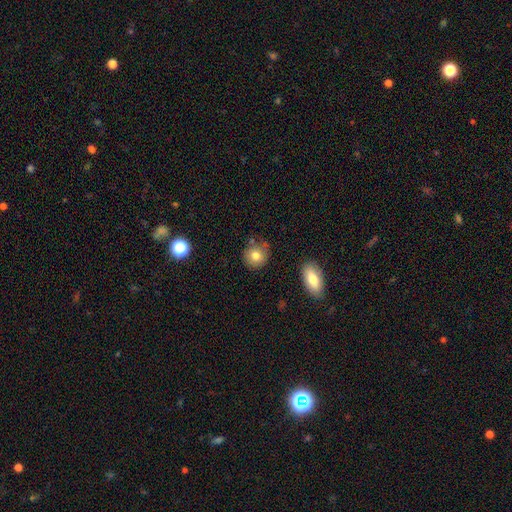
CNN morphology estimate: smooth_or_featured: smooth (p=0.79) [alt: featured or disk p=0.11]
how_rounded: round (p=0.87) [alt: in between p=0.12]
merging: none (p=0.79) [alt: minor disturbance p=0.14]